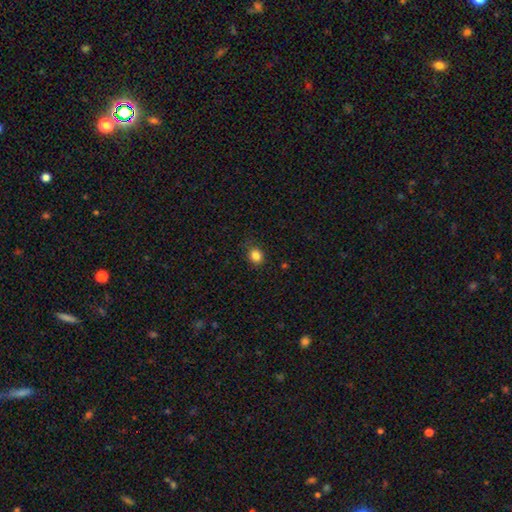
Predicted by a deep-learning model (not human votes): smooth_or_featured: smooth (p=0.84) [alt: star or artifact p=0.12]
how_rounded: round (p=0.68) [alt: in between p=0.31]
merging: none (p=0.82) [alt: minor disturbance p=0.13]